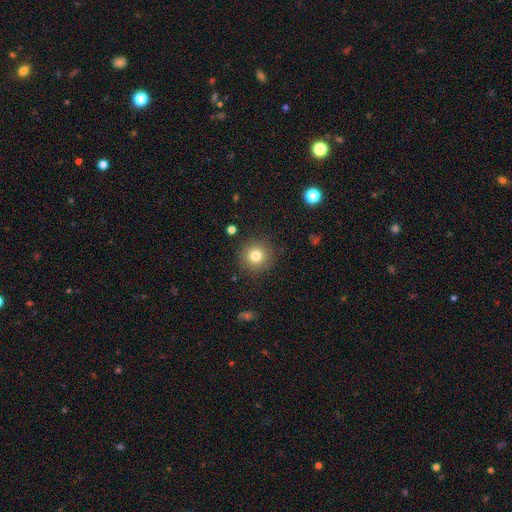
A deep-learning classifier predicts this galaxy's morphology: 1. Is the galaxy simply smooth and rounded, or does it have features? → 79% smooth, 12% star or artifact, 9% featured or disk.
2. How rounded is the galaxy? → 94% round, 5% in between, 1% cigar-shaped.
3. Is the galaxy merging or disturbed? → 89% none, 7% minor disturbance, 3% major disturbance, 1% merger.